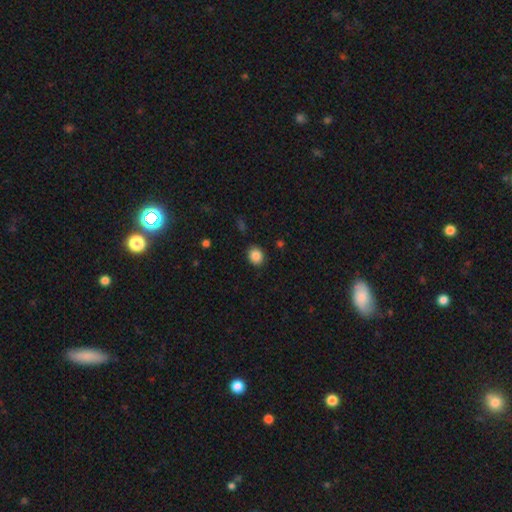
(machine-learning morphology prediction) type=smooth (86%); roundness=round (64%); merging=none (89%).